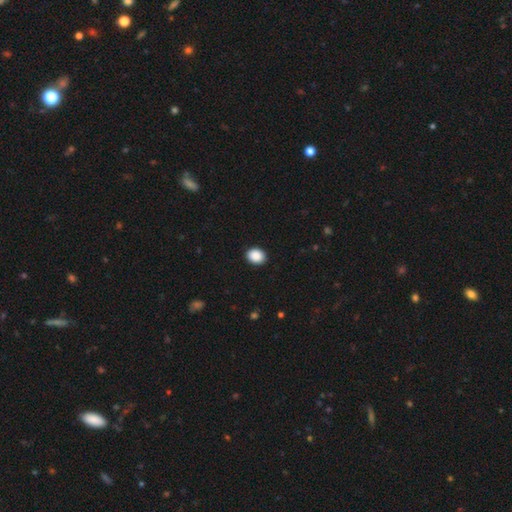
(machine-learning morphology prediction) This appears to be a smooth galaxy with no disk features (90%) that is in between round and cigar-shaped (54%). Merging: none (91%).